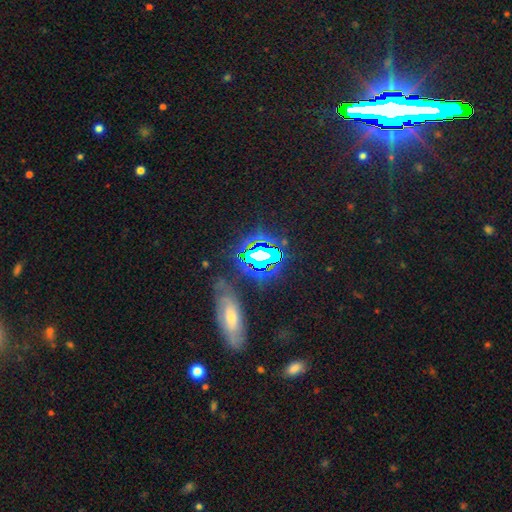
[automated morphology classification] Q: Smooth or featured?
A: star or artifact (68%); runner-up: smooth (18%)